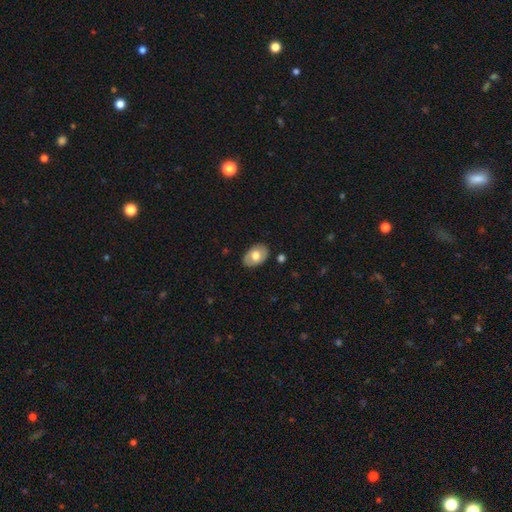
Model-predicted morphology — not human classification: smooth 62%, featured or disk 32%, star or artifact 6%. Down the decision tree: how rounded — in between (84%); merging — none (84%).